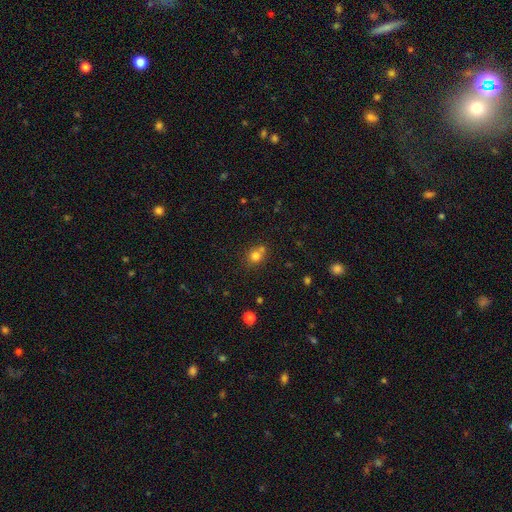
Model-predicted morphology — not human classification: The model was most divided on "merging": none: 54%, merger: 31%, minor disturbance: 11%, major disturbance: 4%. More confident: how rounded — round (80%); smooth or featured — smooth (76%).